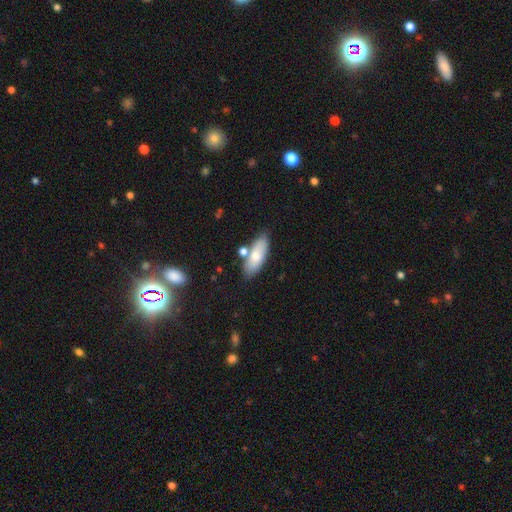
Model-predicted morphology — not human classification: Smooth or featured?
  - smooth: 72% *
  - featured or disk: 21%
  - star or artifact: 7%
How rounded?
  - in between: 75% *
  - cigar-shaped: 22%
  - round: 3%
Merging?
  - none: 70% *
  - minor disturbance: 14%
  - merger: 13%
  - major disturbance: 3%